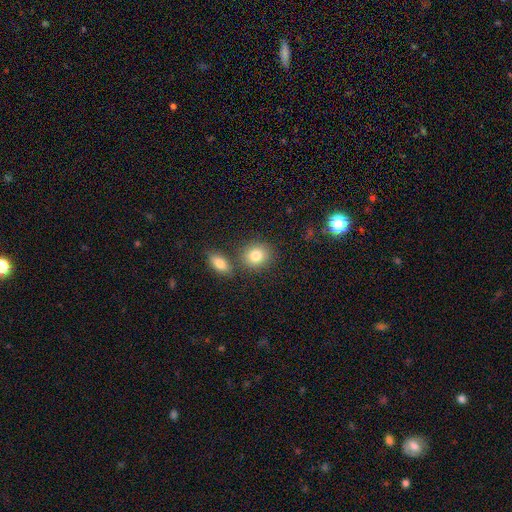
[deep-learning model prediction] The model was most divided on "how rounded": round: 71%, in between: 28%, cigar-shaped: 1%. More confident: smooth or featured — smooth (82%); merging — none (72%).